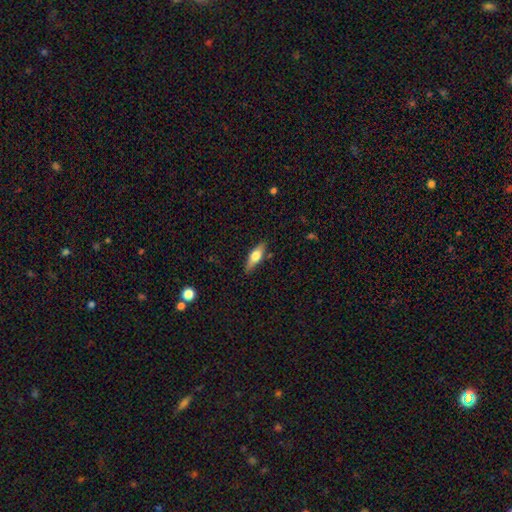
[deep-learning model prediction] smooth 56%, featured or disk 38%, star or artifact 7%. Down the decision tree: how rounded — in between (55%); merging — none (83%).